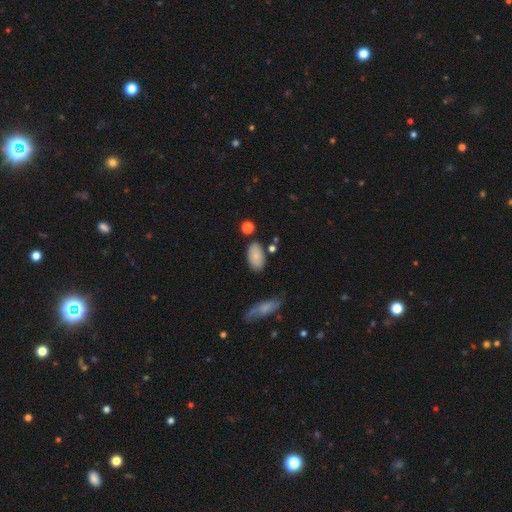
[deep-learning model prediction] A smooth galaxy with no disk features (80%) that is in between round and cigar-shaped (93%).

Vote fractions:
- Smooth or featured? smooth: 80% / featured or disk: 12% / star or artifact: 8%
- How rounded? in between: 93% / round: 5% / cigar-shaped: 2%
- Merging? none: 75% / minor disturbance: 15% / merger: 5% / major disturbance: 4%